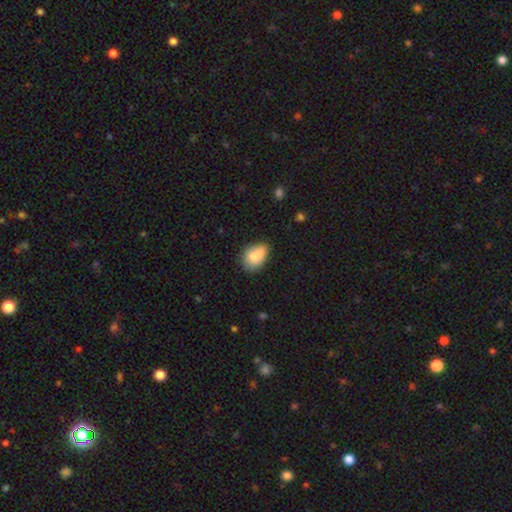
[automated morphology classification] The model was most divided on "merging": merger: 37%, none: 36%, minor disturbance: 20%, major disturbance: 7%. More confident: smooth or featured — smooth (74%); how rounded — in between (71%).